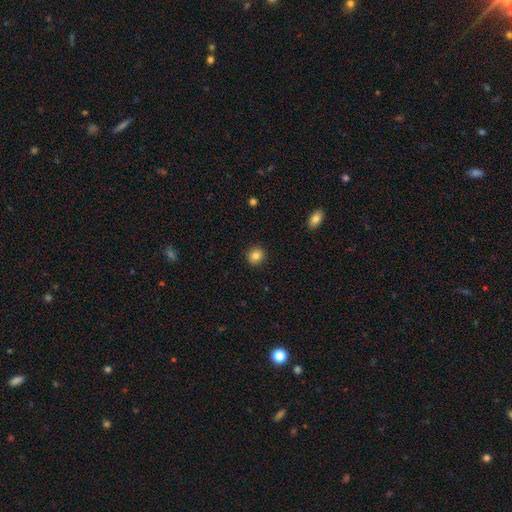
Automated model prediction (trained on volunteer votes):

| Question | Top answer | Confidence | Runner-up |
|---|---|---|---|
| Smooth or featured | smooth | 84% | star or artifact (10%) |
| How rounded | round | 86% | in between (13%) |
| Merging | none | 92% | minor disturbance (6%) |